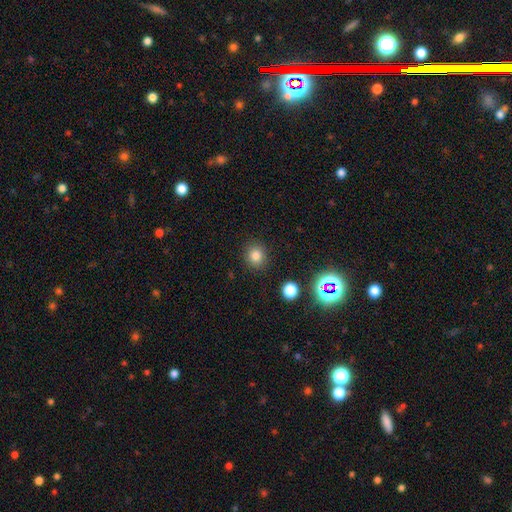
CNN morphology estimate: Smooth or featured: smooth — 81% (star or artifact — 13%)
How rounded: round — 84% (in between — 15%)
Merging: none — 88% (minor disturbance — 7%)